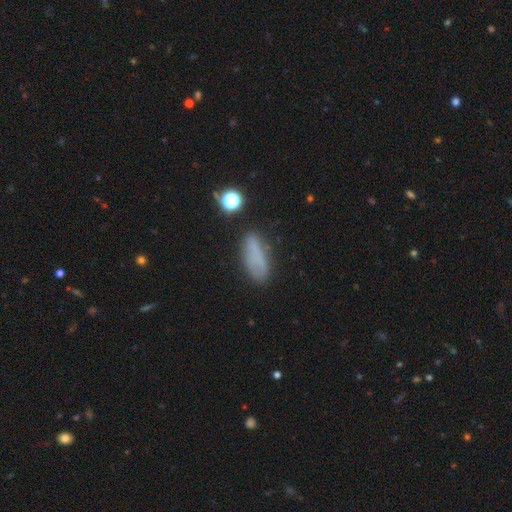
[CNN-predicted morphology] Smooth or featured?
  - smooth: 66% *
  - featured or disk: 19%
  - star or artifact: 15%
How rounded?
  - in between: 65% *
  - cigar-shaped: 31%
  - round: 4%
Merging?
  - none: 67% *
  - minor disturbance: 21%
  - major disturbance: 8%
  - merger: 3%